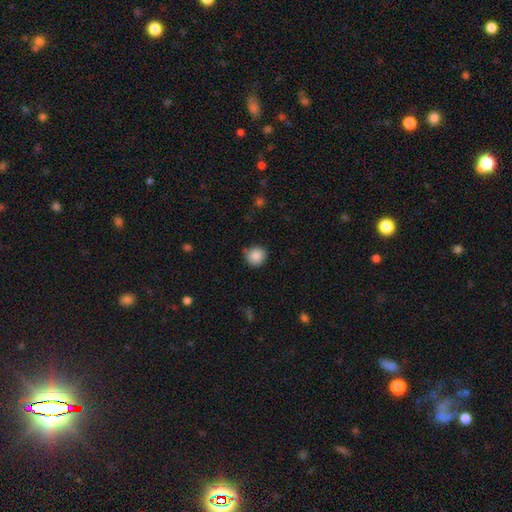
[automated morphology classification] smooth-or-featured: smooth: 87% | star or artifact: 9% | featured or disk: 4%
  how-rounded: round: 93% | in between: 6% | cigar-shaped: 1%
  merging: none: 76% | minor disturbance: 19% | major disturbance: 3% | merger: 2%